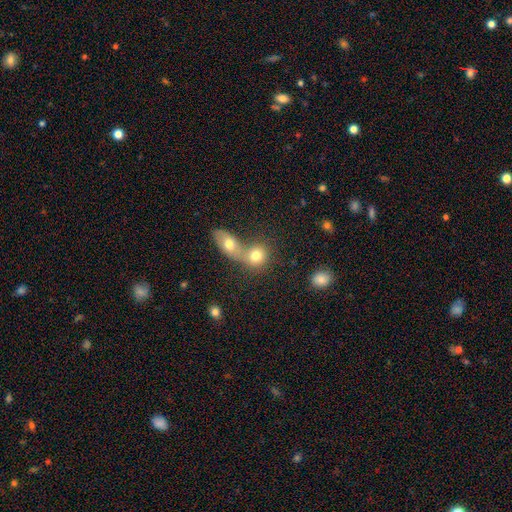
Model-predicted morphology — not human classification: A smooth galaxy with no disk features (77%) that is round (68%).

Vote fractions:
- Smooth or featured? smooth: 77% / featured or disk: 13% / star or artifact: 10%
- How rounded? round: 68% / in between: 30% / cigar-shaped: 2%
- Merging? merger: 56% / none: 34% / minor disturbance: 7% / major disturbance: 3%